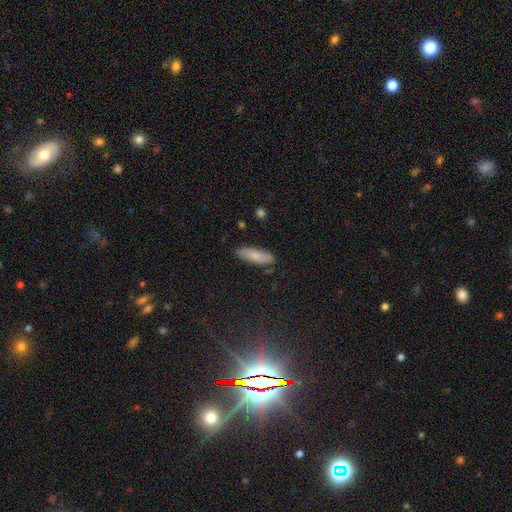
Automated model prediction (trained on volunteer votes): Smooth or featured? Predicted: smooth (p=0.80). How rounded? Predicted: in between (p=0.52). Merging? Predicted: none (p=0.84).